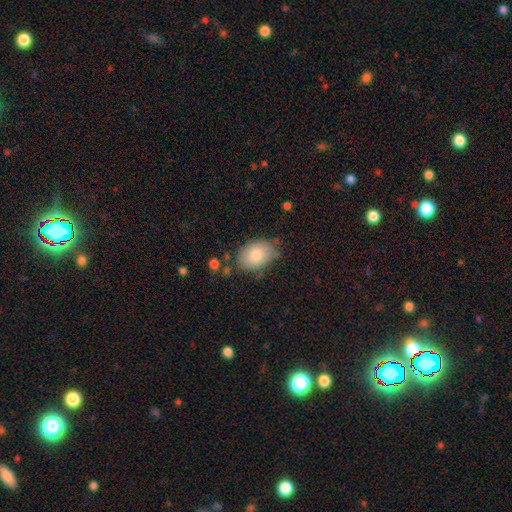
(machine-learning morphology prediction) Smooth or featured? smooth (81%)
How rounded? in between (77%)
Merging? none (72%)